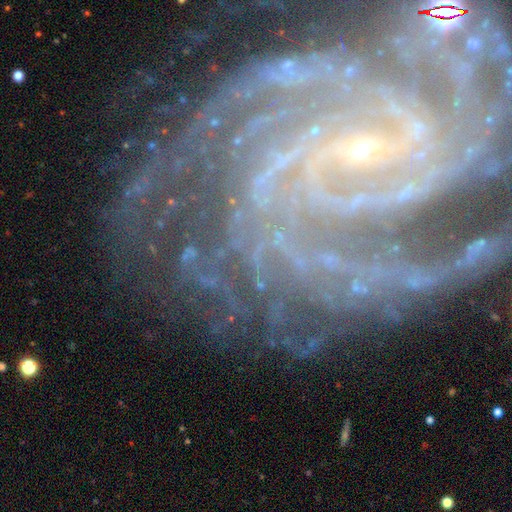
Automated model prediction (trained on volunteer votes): Smooth or featured: featured or disk — 85% (star or artifact — 11%)
Edge-on disk: no — 97% (yes — 3%)
Bar: no — 36% (weak — 33%)
Spiral arms: yes — 97% (no — 3%)
Spiral winding: tight — 63% (medium — 29%)
Spiral arm count: more than 4 — 20% (tied with can't tell — 20%; 4 — 20%)
Bulge size: small — 83% (moderate — 8%)
Merging: none — 64% (minor disturbance — 17%)